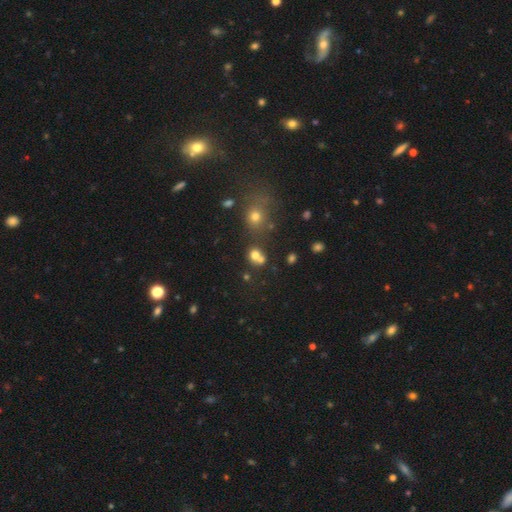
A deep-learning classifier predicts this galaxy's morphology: Smooth or featured?
  - smooth: 69% *
  - star or artifact: 18%
  - featured or disk: 13%
How rounded?
  - round: 79% *
  - in between: 20%
  - cigar-shaped: 1%
Merging?
  - none: 45% *
  - merger: 43%
  - minor disturbance: 8%
  - major disturbance: 4%